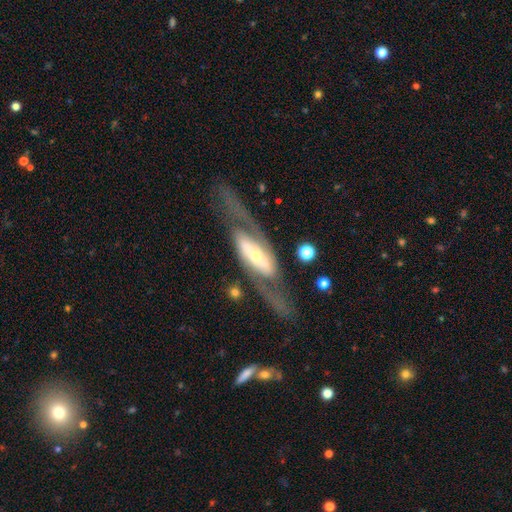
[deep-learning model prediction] This is clearly a featured or disk galaxy (83%). It is clearly not viewed edge-on (83%). Bar: possibly strong (45%). Spiral arm pattern: clearly yes (85%). Spiral arm count: clearly 2 (87%). Spiral winding: marginally medium (42%). Central bulge: marginally moderate (44%, tied with small). Merging: likely none (62%).